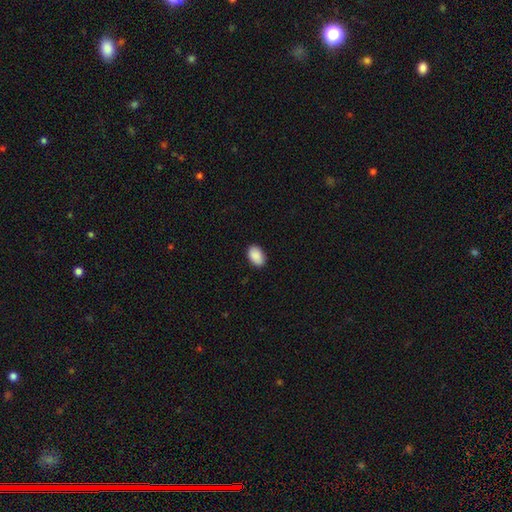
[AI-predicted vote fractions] Overall: smooth (91%). How rounded: in between (91%). Merging: none (88%).